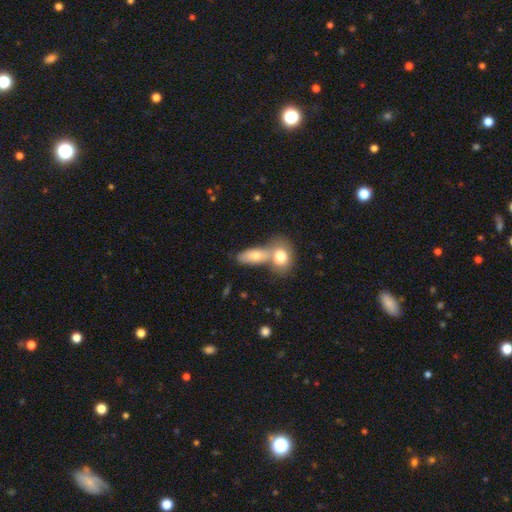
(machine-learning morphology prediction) smooth_or_featured: smooth (p=0.74) [alt: featured or disk p=0.19]
how_rounded: in between (p=0.77) [alt: cigar-shaped p=0.13]
merging: merger (p=0.55) [alt: none p=0.32]